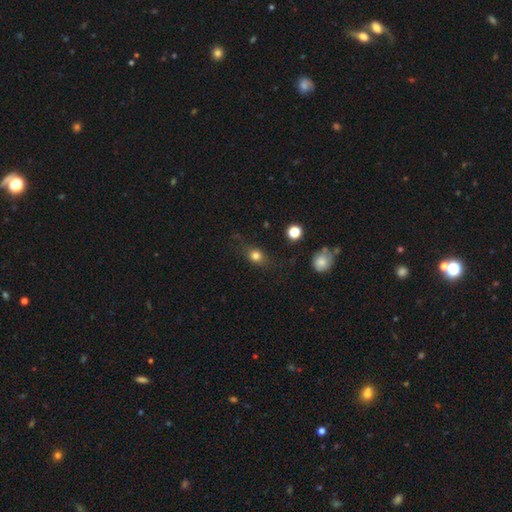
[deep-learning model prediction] smooth 77%, star or artifact 13%, featured or disk 10%. Down the decision tree: how rounded — in between (50%); merging — none (72%).